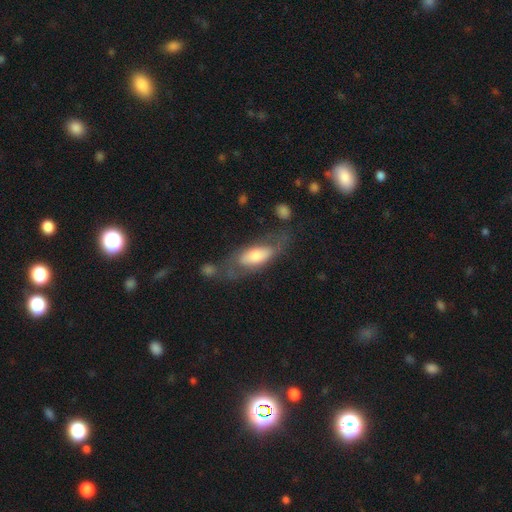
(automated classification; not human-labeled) The model was most divided on "smooth or featured": smooth: 48%, featured or disk: 44%, star or artifact: 7%. Remaining: merging — none (49%).